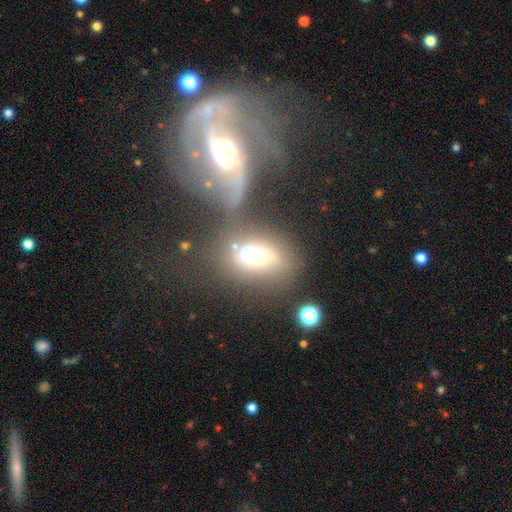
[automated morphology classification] Q: Smooth or featured?
A: smooth (53%); runner-up: featured or disk (32%)
Q: How rounded?
A: in between (68%); runner-up: round (28%)
Q: Merging?
A: merger (45%); runner-up: none (28%)